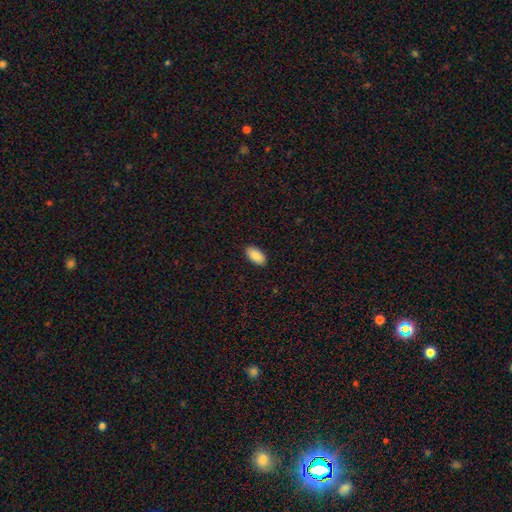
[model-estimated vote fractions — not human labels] A smooth galaxy with no disk features (90%) that is in between round and cigar-shaped (95%).

Vote fractions:
- Smooth or featured? smooth: 90% / star or artifact: 6% / featured or disk: 4%
- How rounded? in between: 95% / cigar-shaped: 2% / round: 2%
- Merging? none: 90% / minor disturbance: 7% / major disturbance: 2% / merger: 1%